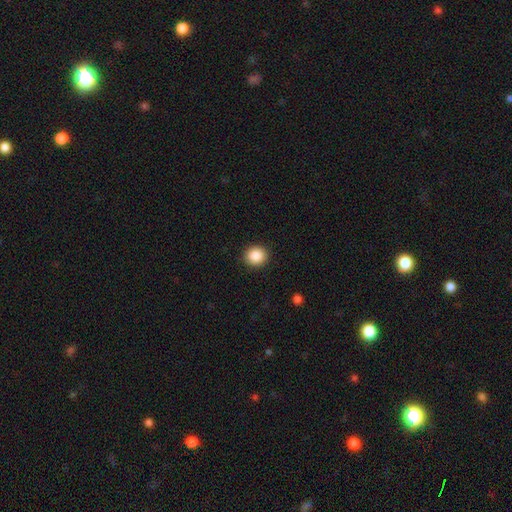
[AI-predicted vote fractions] Morphology: type=smooth (88%); roundness=round (87%); merging=none (91%).